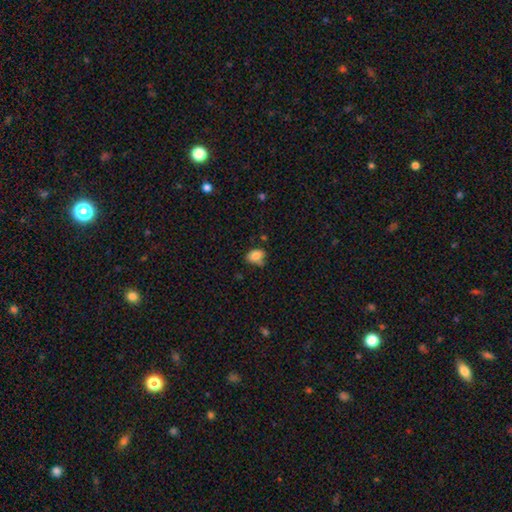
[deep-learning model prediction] Q: Smooth or featured?
A: smooth (82%); runner-up: star or artifact (10%)
Q: How rounded?
A: in between (73%); runner-up: round (26%)
Q: Merging?
A: none (54%); runner-up: minor disturbance (31%)